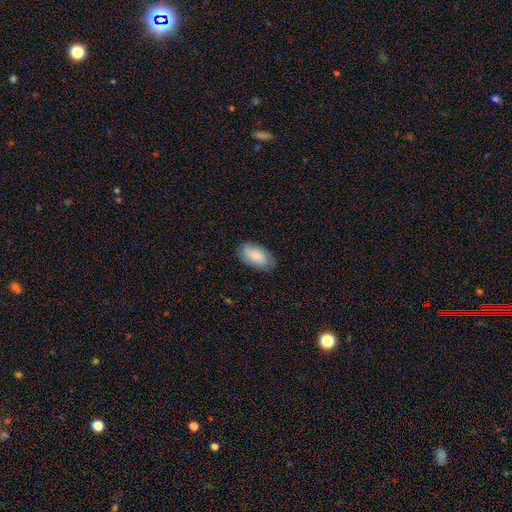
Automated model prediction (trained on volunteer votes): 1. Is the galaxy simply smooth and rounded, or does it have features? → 77% smooth, 17% featured or disk, 6% star or artifact.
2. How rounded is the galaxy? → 94% in between, 3% round, 3% cigar-shaped.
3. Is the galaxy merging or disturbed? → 80% none, 16% minor disturbance, 4% major disturbance, 1% merger.